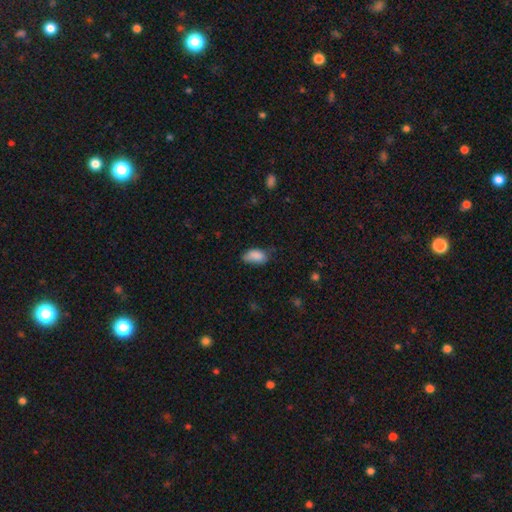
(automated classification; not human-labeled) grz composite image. It shows a smooth galaxy with no disk features (85%) that is in between round and cigar-shaped (92%). Merging: none (51%).